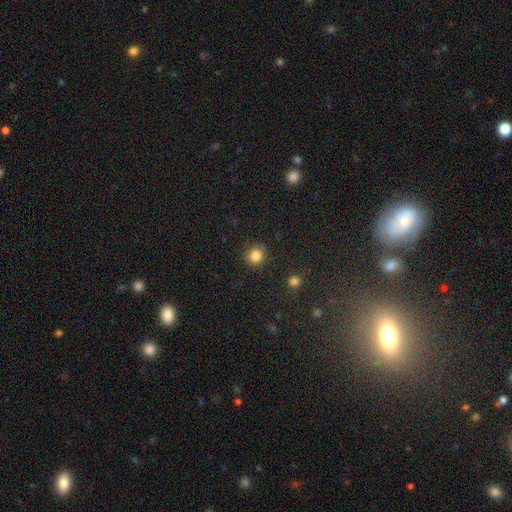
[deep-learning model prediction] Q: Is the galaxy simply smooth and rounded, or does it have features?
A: smooth — 84%.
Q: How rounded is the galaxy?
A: round — 88%.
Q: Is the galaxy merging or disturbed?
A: none — 84%.